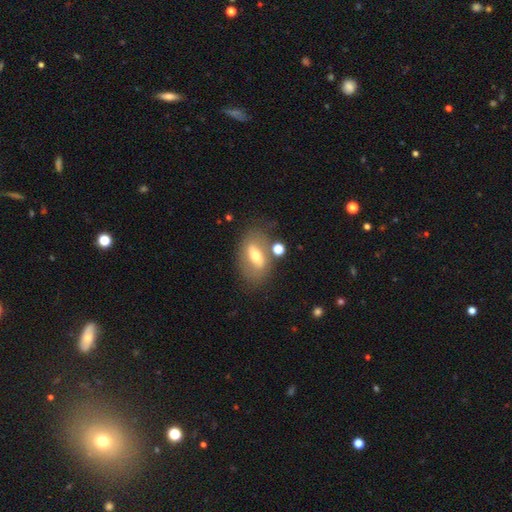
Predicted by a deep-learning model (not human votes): Smooth or featured: smooth — 48% (featured or disk — 44%)
Merging: none — 68% (minor disturbance — 16%)